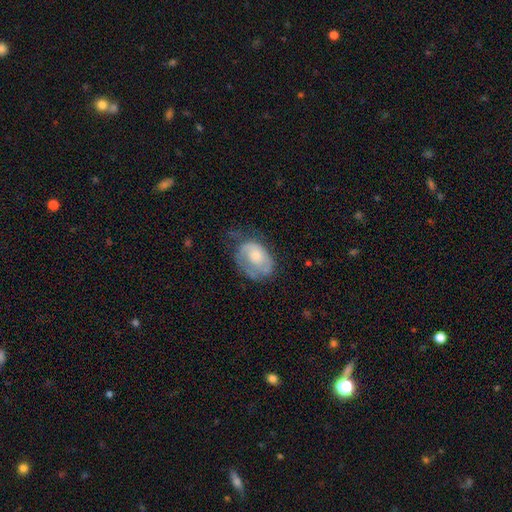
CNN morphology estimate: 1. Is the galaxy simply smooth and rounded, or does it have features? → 48% featured or disk, 45% smooth, 7% star or artifact.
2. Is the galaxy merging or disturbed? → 38% none, 32% minor disturbance, 28% major disturbance, 2% merger.